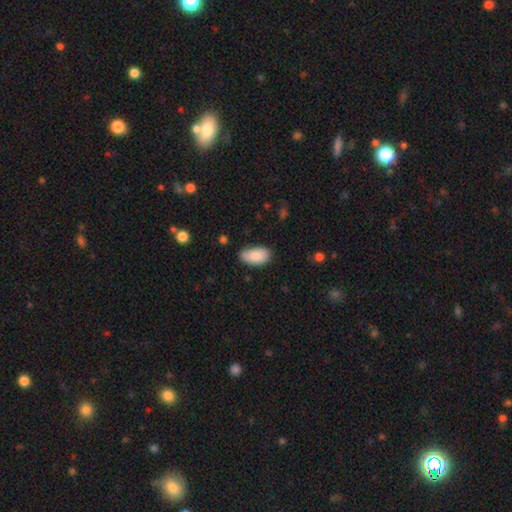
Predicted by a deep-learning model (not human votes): Q: Smooth or featured?
A: smooth (86%); runner-up: featured or disk (7%)
Q: How rounded?
A: in between (95%); runner-up: round (3%)
Q: Merging?
A: none (71%); runner-up: minor disturbance (24%)